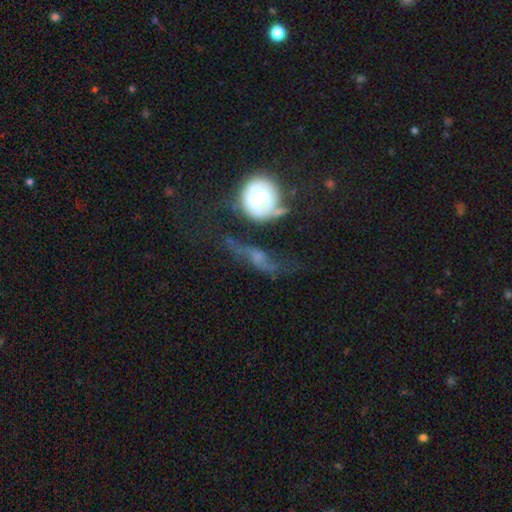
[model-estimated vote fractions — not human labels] smooth_or_featured: featured or disk (p=0.64) [alt: smooth p=0.24]
disk_edge_on: no (p=0.79) [alt: yes p=0.21]
bar: no (p=0.58) [alt: weak p=0.27]
has_spiral_arms: yes (p=0.65) [alt: no p=0.35]
bulge_size: moderate (p=0.52) [alt: small p=0.22]
merging: none (p=0.37) [alt: major disturbance p=0.34]